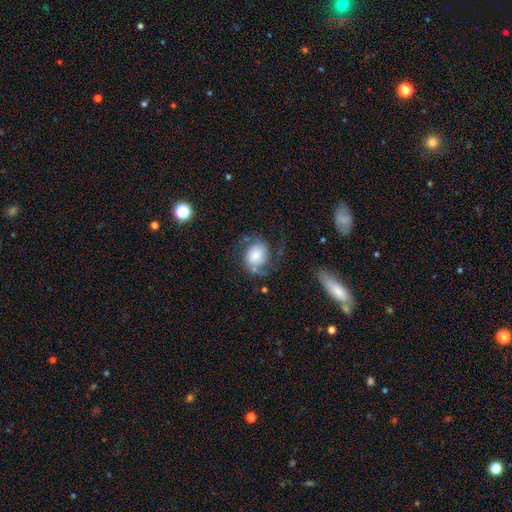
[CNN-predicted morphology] Q: Smooth or featured?
A: featured or disk (63%); runner-up: smooth (28%)
Q: Edge-on disk?
A: no (98%); runner-up: yes (2%)
Q: Bar?
A: no (68%); runner-up: weak (25%)
Q: Spiral arms?
A: yes (91%); runner-up: no (9%)
Q: Spiral winding?
A: medium (43%); runner-up: loose (38%)
Q: Spiral arm count?
A: 2 (85%); runner-up: 1 (6%)
Q: Bulge size?
A: small (28%); runner-up: moderate (27%)
Q: Merging?
A: none (56%); runner-up: minor disturbance (21%)